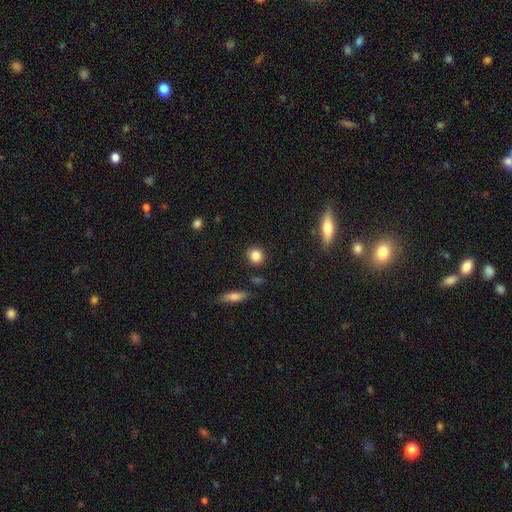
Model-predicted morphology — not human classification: smooth 84%, star or artifact 10%, featured or disk 6%. Down the decision tree: how rounded — round (82%); merging — none (87%).